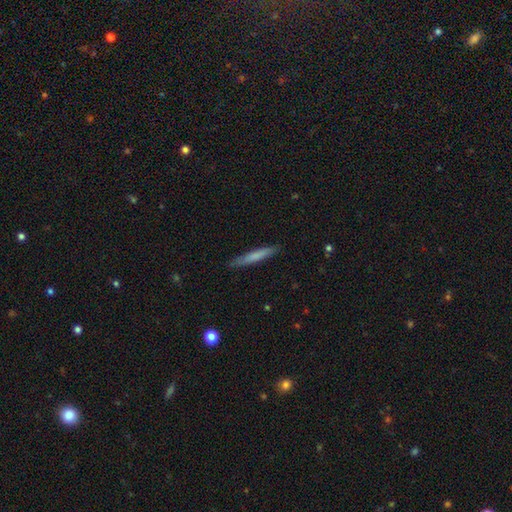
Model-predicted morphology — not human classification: type=smooth (69%); roundness=cigar-shaped (95%); merging=none (88%).